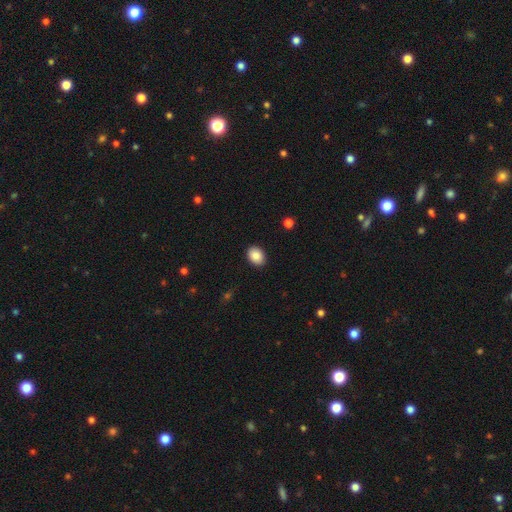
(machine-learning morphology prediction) Smooth or featured?
  - smooth: 88% *
  - star or artifact: 7%
  - featured or disk: 5%
How rounded?
  - in between: 68% *
  - round: 31%
  - cigar-shaped: 1%
Merging?
  - none: 90% *
  - minor disturbance: 7%
  - major disturbance: 2%
  - merger: 1%